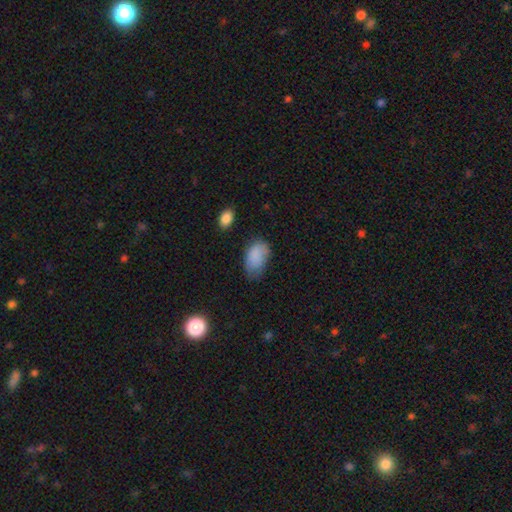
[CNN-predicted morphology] A smooth galaxy with no disk features (85%) that is in between round and cigar-shaped (92%).

Vote fractions:
- Smooth or featured? smooth: 85% / star or artifact: 7% / featured or disk: 7%
- How rounded? in between: 92% / round: 7% / cigar-shaped: 1%
- Merging? none: 53% / minor disturbance: 34% / major disturbance: 11% / merger: 2%